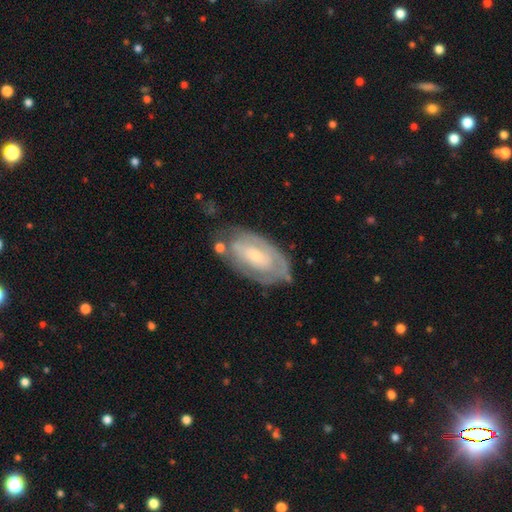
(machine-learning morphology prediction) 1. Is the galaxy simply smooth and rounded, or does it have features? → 67% featured or disk, 27% smooth, 6% star or artifact.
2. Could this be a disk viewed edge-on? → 92% no, 8% yes.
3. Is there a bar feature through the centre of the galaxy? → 66% no, 26% weak, 8% strong.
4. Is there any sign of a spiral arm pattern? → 65% yes, 35% no.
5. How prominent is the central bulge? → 62% small, 32% moderate, 3% large, 3% none, 1% dominant.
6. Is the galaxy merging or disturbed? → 61% none, 24% minor disturbance, 10% major disturbance, 5% merger.